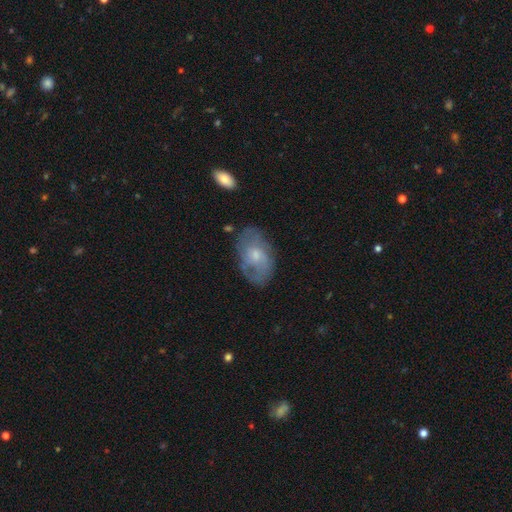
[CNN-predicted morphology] smooth_or_featured: featured or disk (p=0.57) [alt: smooth p=0.36]
disk_edge_on: no (p=0.95) [alt: yes p=0.05]
bar: no (p=0.73) [alt: weak p=0.24]
has_spiral_arms: yes (p=0.70) [alt: no p=0.30]
bulge_size: small (p=0.51) [alt: moderate p=0.40]
merging: none (p=0.67) [alt: minor disturbance p=0.22]